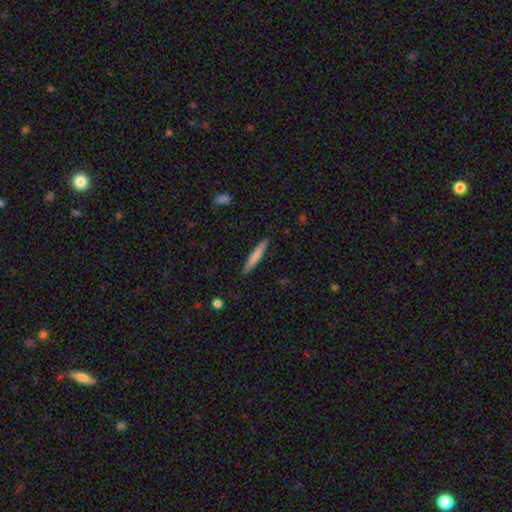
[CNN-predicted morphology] type=smooth (71%); roundness=cigar-shaped (96%); merging=none (90%).